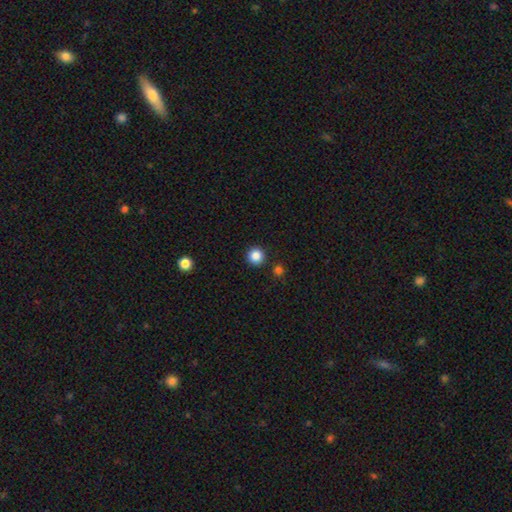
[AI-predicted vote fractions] smooth 86%, star or artifact 11%, featured or disk 3%. Down the decision tree: how rounded — round (95%); merging — none (90%).